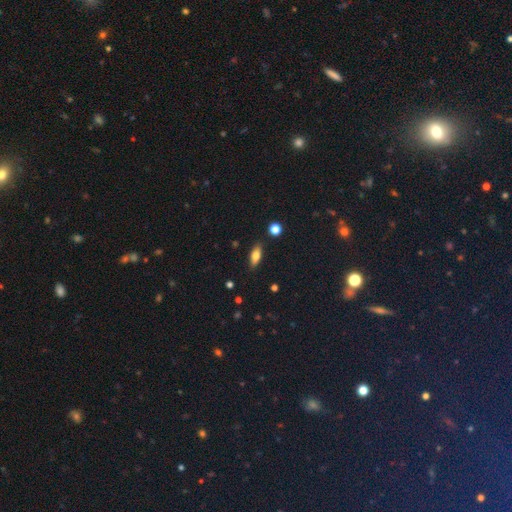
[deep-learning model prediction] Smooth or featured? smooth (71%)
How rounded? in between (73%)
Merging? none (85%)